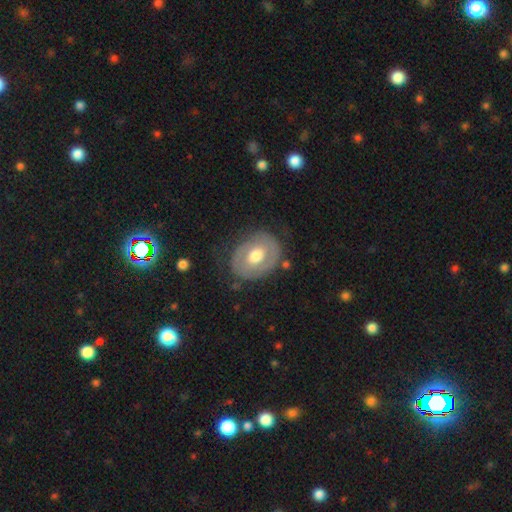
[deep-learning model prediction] The model was most divided on "spiral arms": no: 57%, yes: 43%. More confident: edge-on disk — no (95%); merging — none (74%); bar — no (69%); bulge size — moderate (68%); smooth or featured — featured or disk (59%).